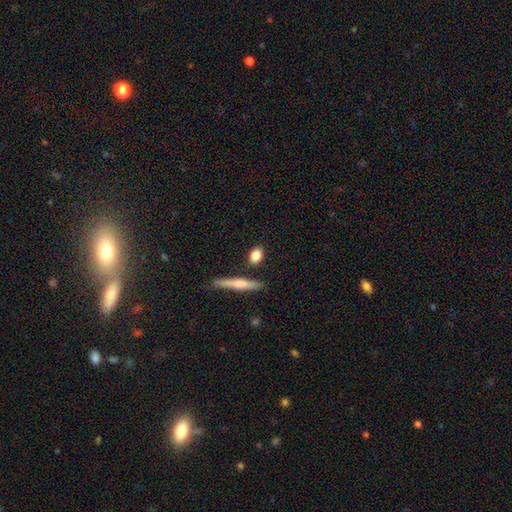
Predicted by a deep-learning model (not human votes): Q: Smooth or featured?
A: smooth (83%); runner-up: featured or disk (10%)
Q: How rounded?
A: in between (65%); runner-up: round (23%)
Q: Merging?
A: none (82%); runner-up: minor disturbance (10%)